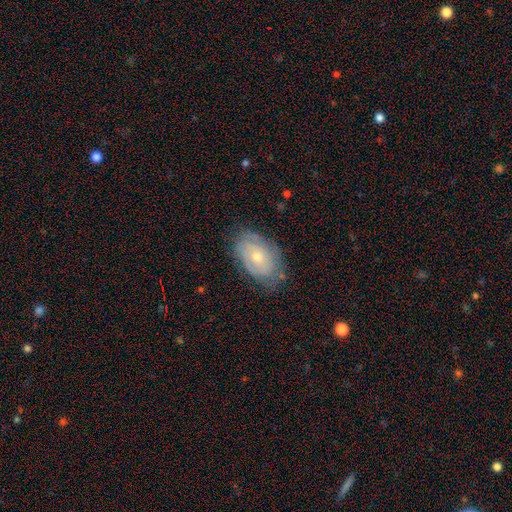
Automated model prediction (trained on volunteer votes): Smooth or featured?
  - featured or disk: 61% *
  - smooth: 32%
  - star or artifact: 7%
Edge-on disk?
  - no: 94% *
  - yes: 6%
Bar?
  - no: 81% *
  - weak: 16%
  - strong: 3%
Spiral arms?
  - yes: 73% *
  - no: 27%
Bulge size?
  - small: 51% *
  - moderate: 45%
  - large: 2%
  - none: 1%
  - dominant: 1%
Merging?
  - none: 72% *
  - minor disturbance: 21%
  - major disturbance: 6%
  - merger: 1%